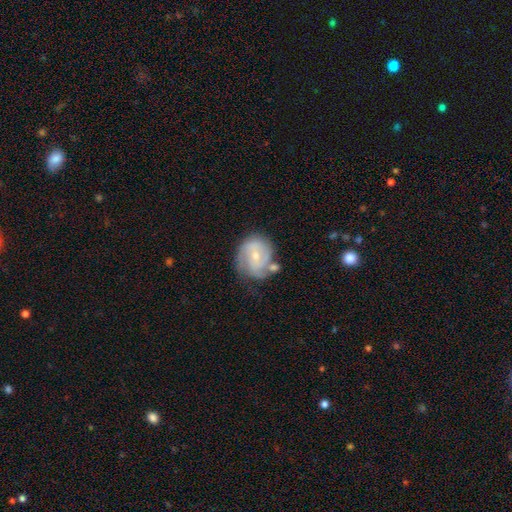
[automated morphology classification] Smooth or featured: featured or disk — 69% (smooth — 25%)
Edge-on disk: no — 98% (yes — 2%)
Bar: no — 57% (weak — 36%)
Spiral arms: yes — 88% (no — 12%)
Spiral winding: tight — 52% (medium — 36%)
Spiral arm count: 2 — 43% (can't tell — 26%)
Bulge size: small — 61% (moderate — 34%)
Merging: none — 52% (minor disturbance — 24%)